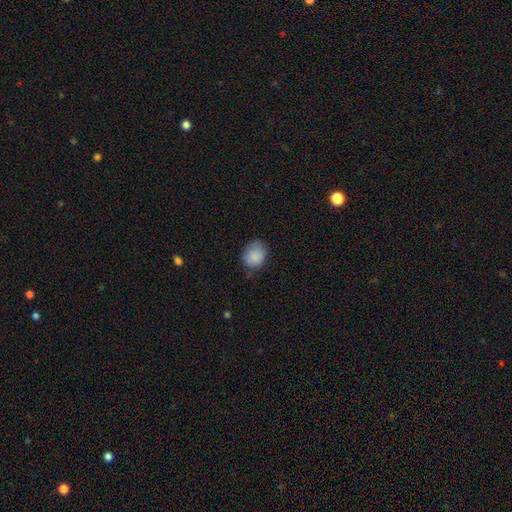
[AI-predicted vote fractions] Smooth or featured?
  - smooth: 86% *
  - star or artifact: 8%
  - featured or disk: 6%
How rounded?
  - round: 53% *
  - in between: 46%
  - cigar-shaped: 1%
Merging?
  - none: 70% *
  - minor disturbance: 24%
  - major disturbance: 5%
  - merger: 1%